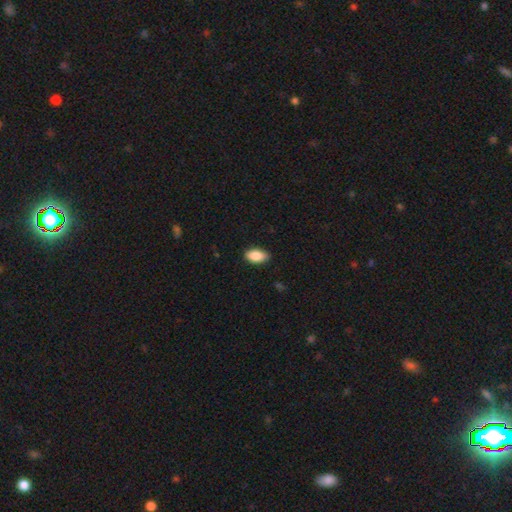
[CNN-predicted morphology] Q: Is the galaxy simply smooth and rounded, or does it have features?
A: smooth — 88%.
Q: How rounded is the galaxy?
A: in between — 92%.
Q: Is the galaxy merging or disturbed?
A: none — 83%.